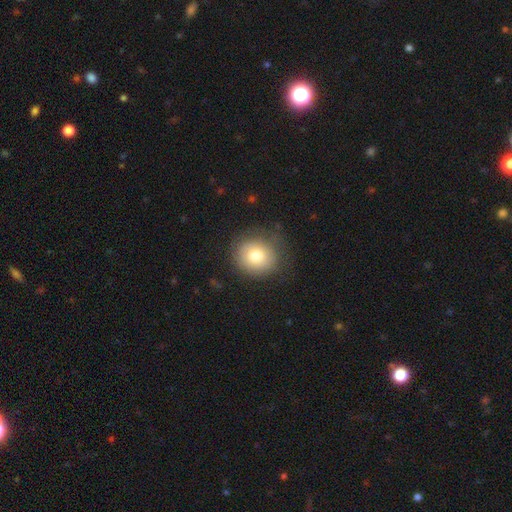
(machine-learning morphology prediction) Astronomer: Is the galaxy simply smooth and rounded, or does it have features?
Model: smooth — 78%.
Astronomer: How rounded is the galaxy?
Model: round — 86%.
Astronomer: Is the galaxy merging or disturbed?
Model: none — 78%.